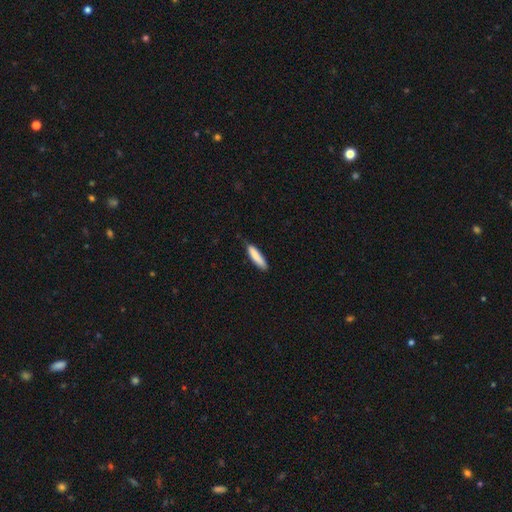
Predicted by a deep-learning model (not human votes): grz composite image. It shows a smooth galaxy with no disk features (85%) that is cigar-shaped (77%). Merging: none (78%).